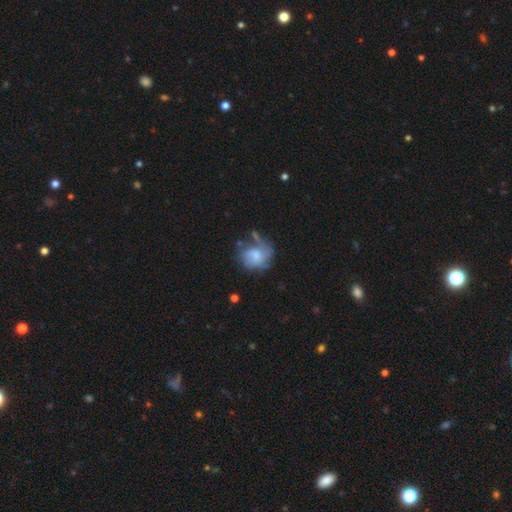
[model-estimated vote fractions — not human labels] Morphology: type=featured or disk (49%); merging=none (41%).